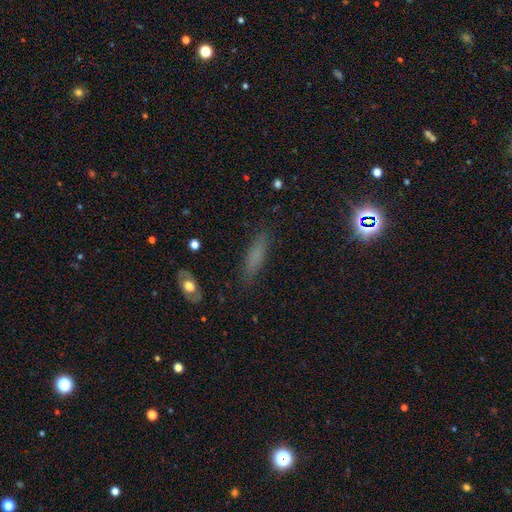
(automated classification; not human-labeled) Morphology: type=smooth (64%); roundness=cigar-shaped (70%); merging=none (80%).